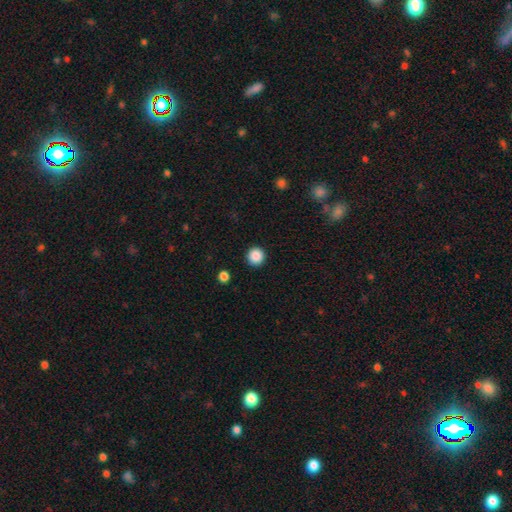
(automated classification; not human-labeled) Smooth or featured? smooth (88%)
How rounded? round (94%)
Merging? none (92%)